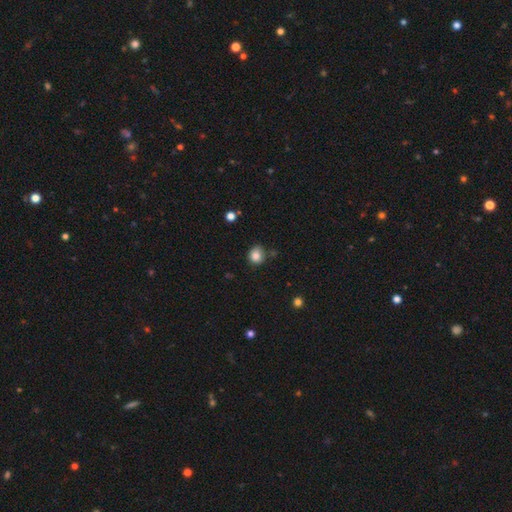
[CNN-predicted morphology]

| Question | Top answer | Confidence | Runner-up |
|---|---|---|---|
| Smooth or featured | smooth | 83% | star or artifact (11%) |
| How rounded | round | 81% | in between (18%) |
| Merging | none | 75% | minor disturbance (16%) |